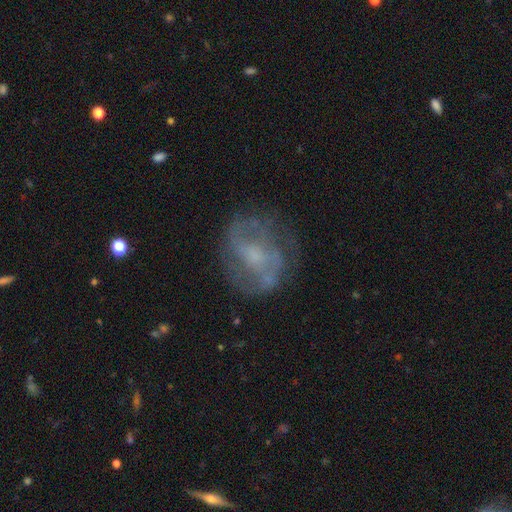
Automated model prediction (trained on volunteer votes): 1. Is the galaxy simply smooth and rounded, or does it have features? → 70% featured or disk, 20% smooth, 10% star or artifact.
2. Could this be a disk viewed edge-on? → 97% no, 3% yes.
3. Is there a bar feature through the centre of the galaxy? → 48% no, 40% weak, 12% strong.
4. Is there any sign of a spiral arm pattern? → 71% yes, 29% no.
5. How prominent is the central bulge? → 42% small, 31% moderate, 22% none, 4% large, 1% dominant.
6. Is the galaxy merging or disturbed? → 67% none, 18% minor disturbance, 12% major disturbance, 2% merger.